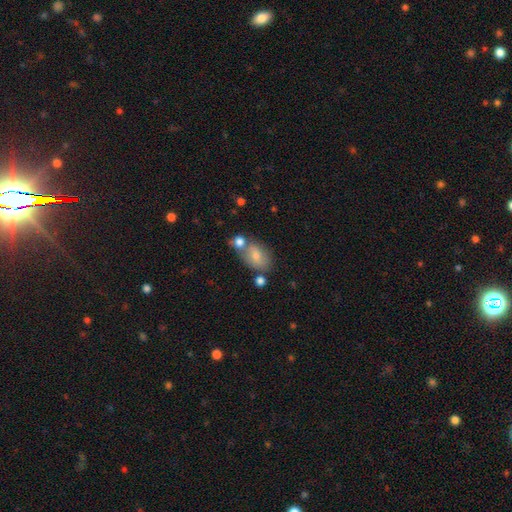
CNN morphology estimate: type=smooth (75%); roundness=in between (80%); merging=none (45%).